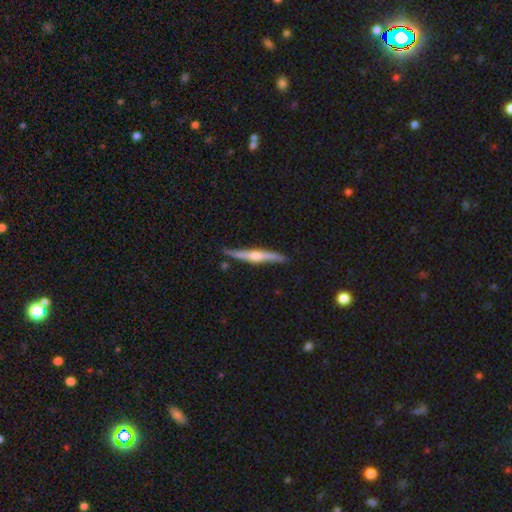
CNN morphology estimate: A featured or disk galaxy (73%) viewed edge-on (95%) with a rounded central bulge (87%). Merging: none (79%).